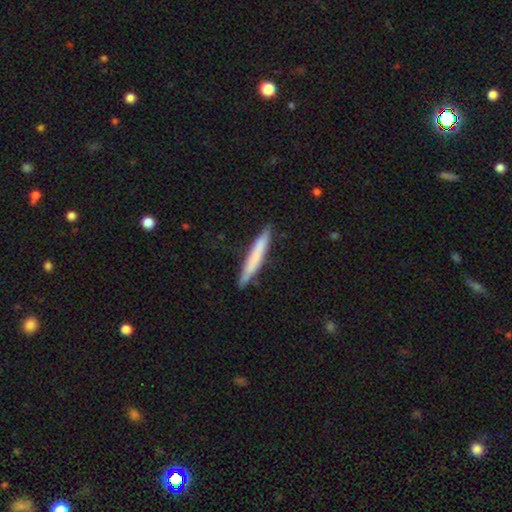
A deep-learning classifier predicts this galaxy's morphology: Smooth or featured? smooth (68%)
How rounded? cigar-shaped (96%)
Merging? none (84%)